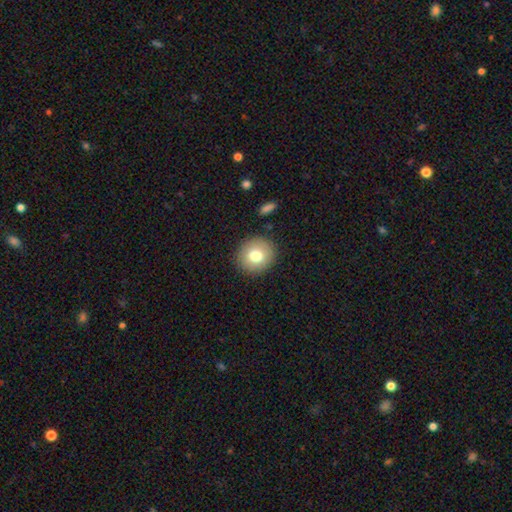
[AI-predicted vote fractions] Smooth or featured? smooth (77%)
How rounded? round (89%)
Merging? none (89%)